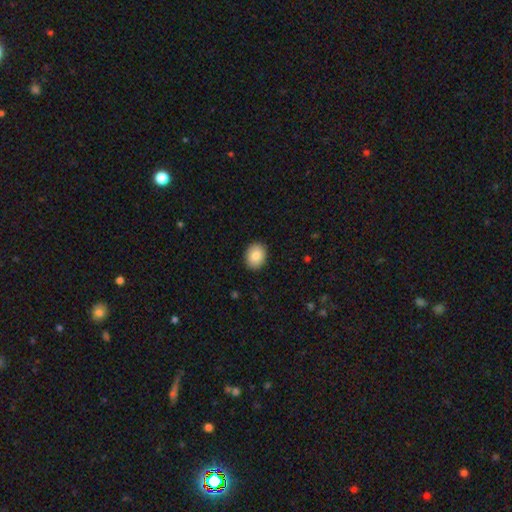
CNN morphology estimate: Overall: smooth (87%). How rounded: in between (51%; round 48%). Merging: none (91%).